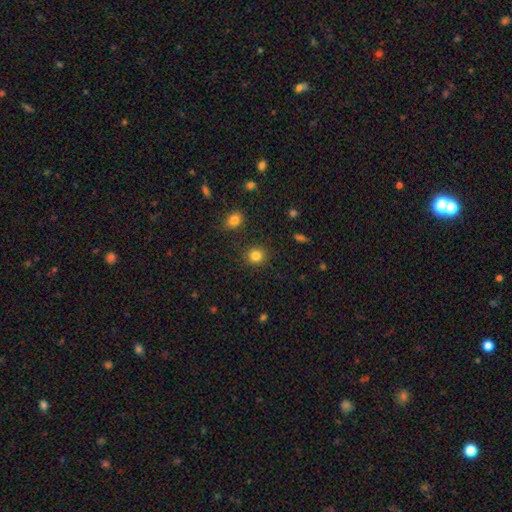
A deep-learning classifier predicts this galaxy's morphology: This appears to be a smooth galaxy with no disk features (84%) that is round (87%). Merging: none (89%).